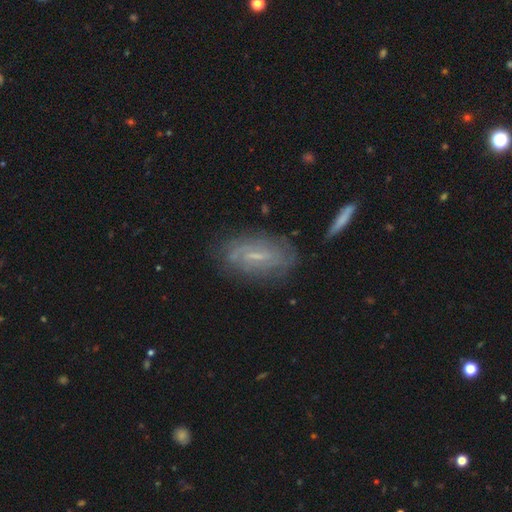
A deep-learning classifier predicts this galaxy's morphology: type=featured or disk (64%); edge-on=no (88%); bar=weak (53%); spiral arms=yes (73%); bulge=small (63%); merging=none (73%).